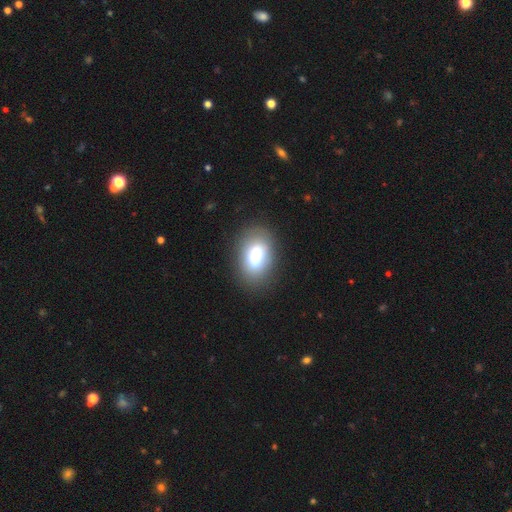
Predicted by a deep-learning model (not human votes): smooth_or_featured: smooth (p=0.74) [alt: featured or disk p=0.16]
how_rounded: in between (p=0.86) [alt: round p=0.12]
merging: none (p=0.81) [alt: minor disturbance p=0.12]